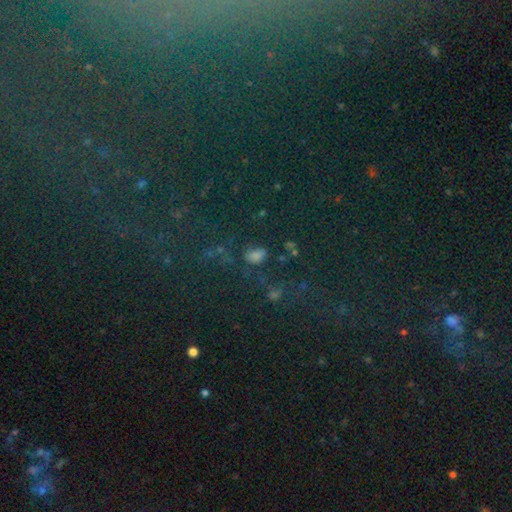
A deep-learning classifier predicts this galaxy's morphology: Overall: star or artifact (69%).